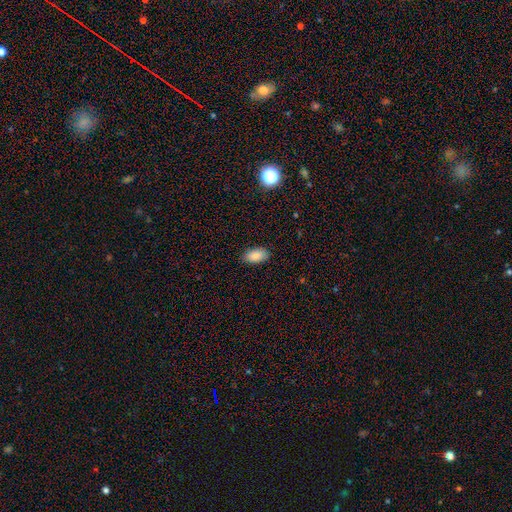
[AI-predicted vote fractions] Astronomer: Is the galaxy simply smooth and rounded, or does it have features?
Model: smooth — 87%.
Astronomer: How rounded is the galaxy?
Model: in between — 94%.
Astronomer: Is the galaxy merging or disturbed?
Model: none — 87%.